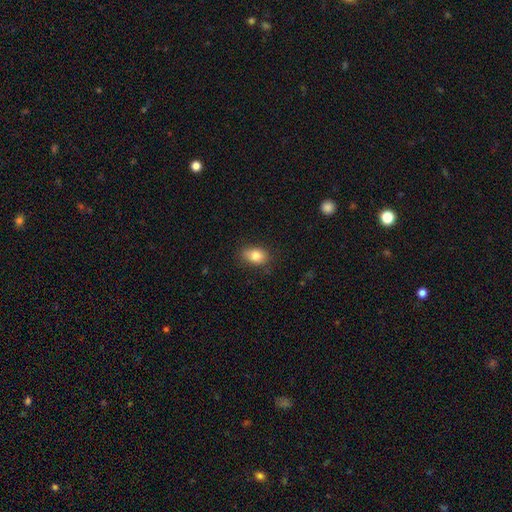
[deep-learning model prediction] Morphology: type=smooth (82%); roundness=in between (79%); merging=none (77%).